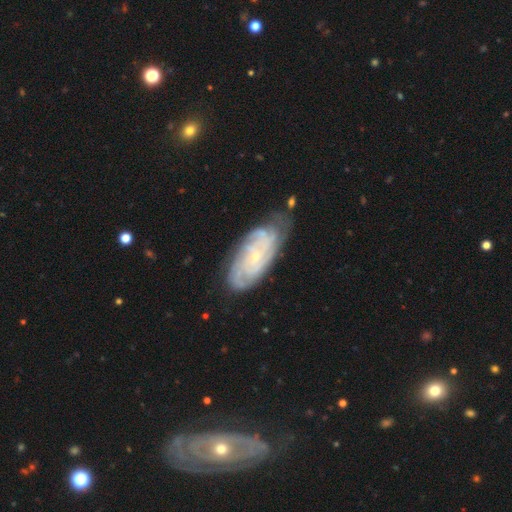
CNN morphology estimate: smooth-or-featured: featured or disk: 84% | smooth: 11% | star or artifact: 6%
  disk-edge-on: no: 94% | yes: 6%
    bar: no: 73% | weak: 22% | strong: 5%
    has-spiral-arms: yes: 96% | no: 4%
      spiral-winding: tight: 76% | medium: 20% | loose: 4%
      spiral-arm-count: can't tell: 34% | 4: 22% | 3: 17% | 2: 13% | more than 4: 8% | 1: 5%
    bulge-size: small: 76% | moderate: 20% | none: 2% | large: 1% | dominant: 1%
  merging: none: 69% | minor disturbance: 23% | major disturbance: 6% | merger: 2%